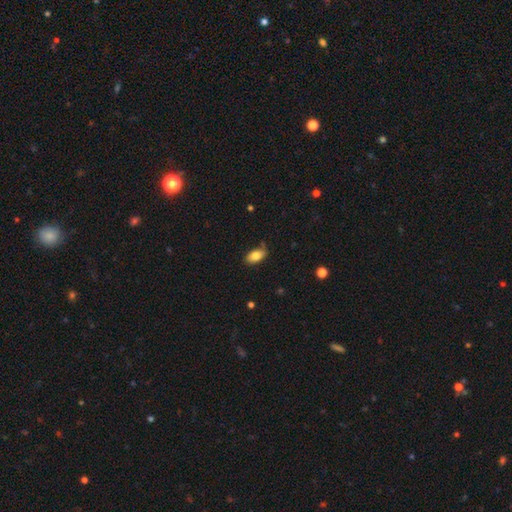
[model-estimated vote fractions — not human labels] This appears to be a smooth galaxy with no disk features (82%) that is in between round and cigar-shaped (92%). Merging: none (71%).